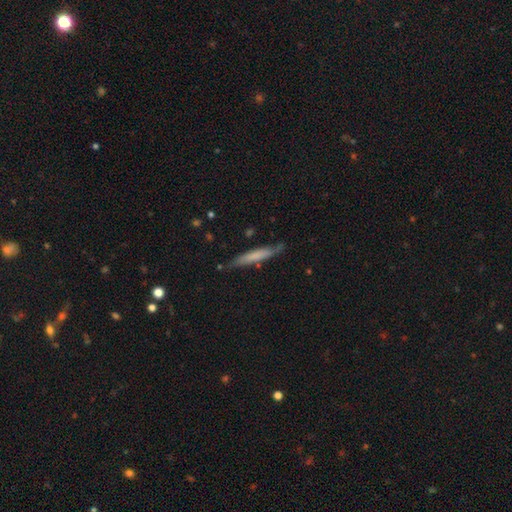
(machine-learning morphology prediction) Smooth or featured?
  - smooth: 58% *
  - featured or disk: 36%
  - star or artifact: 6%
How rounded?
  - cigar-shaped: 93% *
  - in between: 6%
  - round: 1%
Merging?
  - none: 74% *
  - minor disturbance: 19%
  - major disturbance: 4%
  - merger: 2%